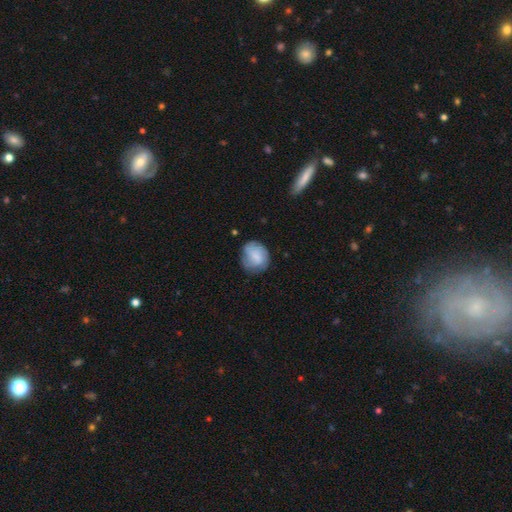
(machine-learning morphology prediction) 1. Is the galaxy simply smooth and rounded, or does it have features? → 63% smooth, 30% featured or disk, 7% star or artifact.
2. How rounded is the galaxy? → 70% round, 29% in between, 1% cigar-shaped.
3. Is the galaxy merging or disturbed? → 67% none, 23% minor disturbance, 8% major disturbance, 2% merger.